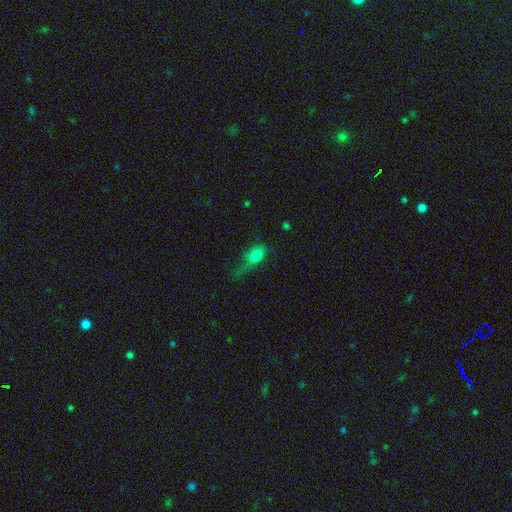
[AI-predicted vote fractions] smooth_or_featured: smooth (p=0.75) [alt: featured or disk p=0.14]
how_rounded: in between (p=0.72) [alt: cigar-shaped p=0.14]
merging: major disturbance (p=0.41) [alt: minor disturbance p=0.30]